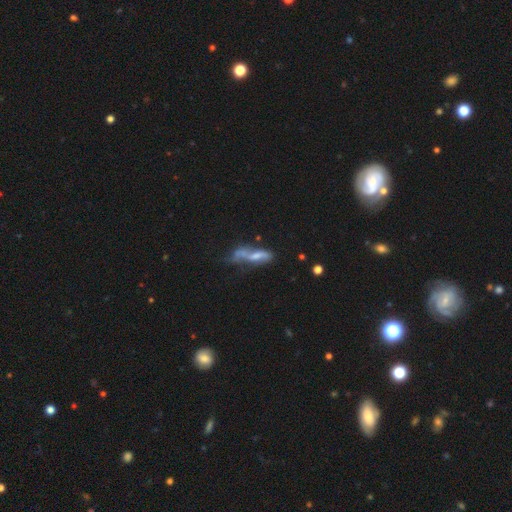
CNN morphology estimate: This appears to be a featured or disk galaxy (51%). Merging: major disturbance (27%, tied with none).